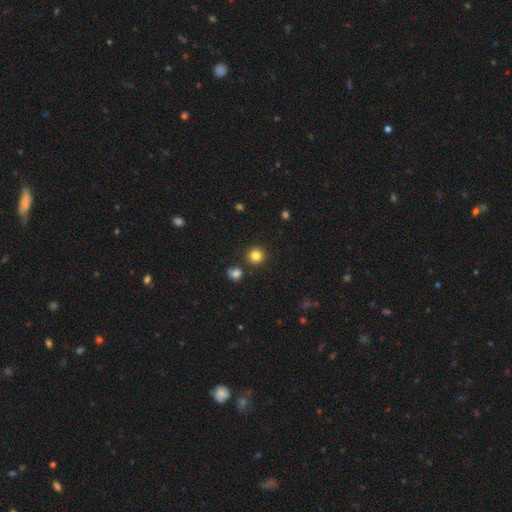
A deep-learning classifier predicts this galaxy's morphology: Smooth or featured? smooth (83%)
How rounded? round (93%)
Merging? none (87%)